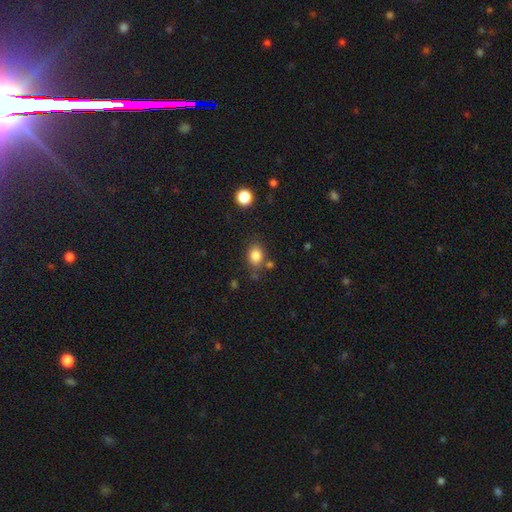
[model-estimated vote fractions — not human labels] smooth_or_featured: smooth (p=0.84) [alt: star or artifact p=0.10]
how_rounded: in between (p=0.61) [alt: round p=0.38]
merging: none (p=0.72) [alt: minor disturbance p=0.15]